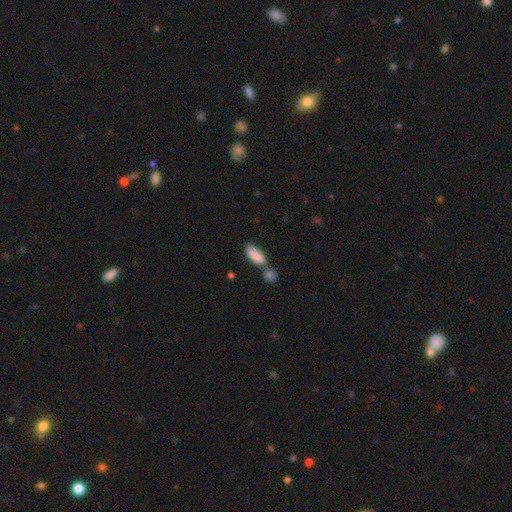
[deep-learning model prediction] Smooth or featured?
  - smooth: 86% *
  - featured or disk: 8%
  - star or artifact: 7%
How rounded?
  - in between: 73% *
  - cigar-shaped: 25%
  - round: 2%
Merging?
  - none: 44% *
  - merger: 38%
  - minor disturbance: 14%
  - major disturbance: 4%